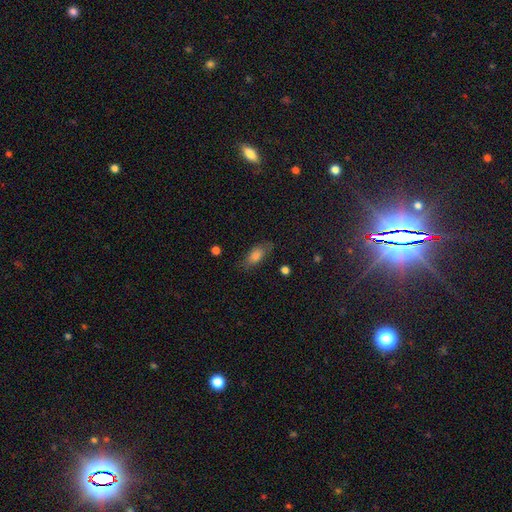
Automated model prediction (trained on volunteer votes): smooth 73%, featured or disk 16%, star or artifact 11%. Down the decision tree: how rounded — in between (78%); merging — none (74%).